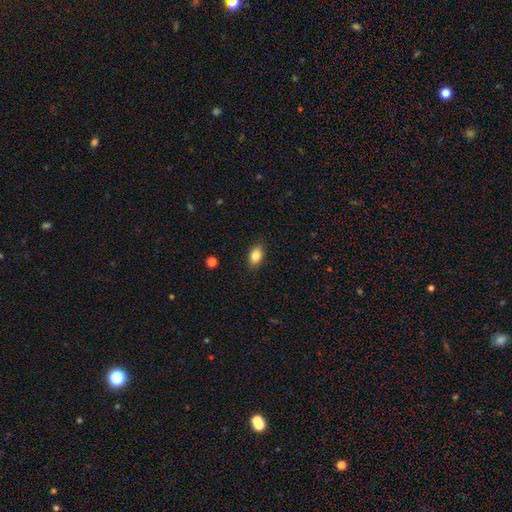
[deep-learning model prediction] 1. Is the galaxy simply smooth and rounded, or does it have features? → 85% smooth, 8% star or artifact, 7% featured or disk.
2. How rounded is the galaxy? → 87% in between, 10% round, 2% cigar-shaped.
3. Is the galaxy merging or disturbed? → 87% none, 9% minor disturbance, 2% major disturbance, 1% merger.